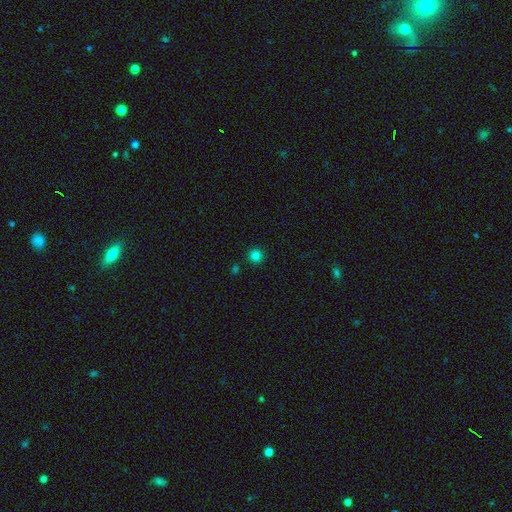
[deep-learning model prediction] A smooth galaxy with no disk features (81%) that is round (95%). Merging: none (91%).